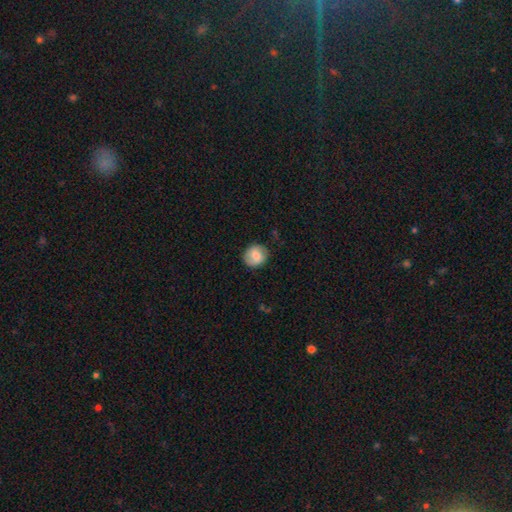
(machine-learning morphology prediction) type=smooth (73%); roundness=round (79%); merging=none (81%).